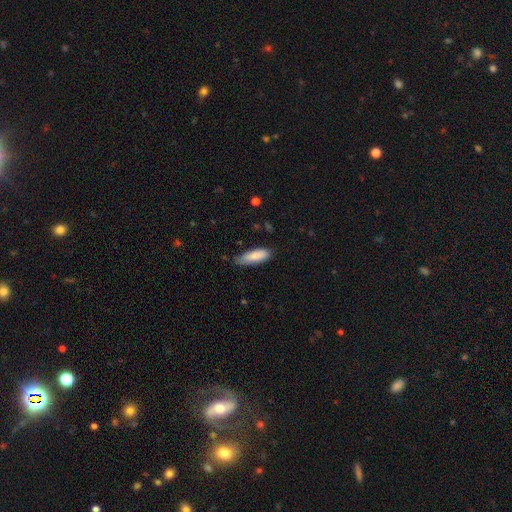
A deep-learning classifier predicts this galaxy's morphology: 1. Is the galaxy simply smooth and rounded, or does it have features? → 85% smooth, 9% featured or disk, 6% star or artifact.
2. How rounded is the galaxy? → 59% in between, 39% cigar-shaped, 1% round.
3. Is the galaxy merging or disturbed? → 65% none, 29% minor disturbance, 5% major disturbance, 2% merger.